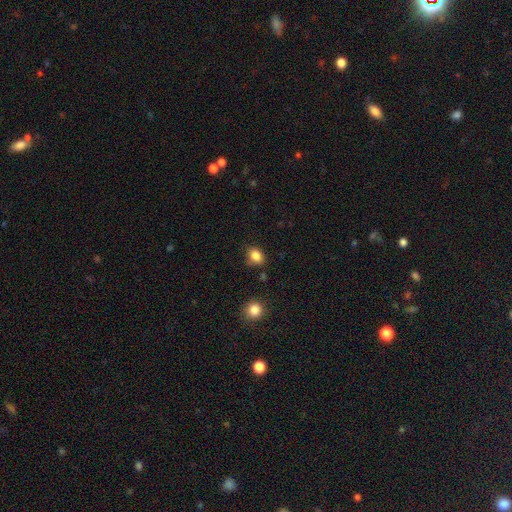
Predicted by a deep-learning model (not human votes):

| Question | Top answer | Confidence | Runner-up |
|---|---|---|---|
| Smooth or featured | smooth | 85% | star or artifact (10%) |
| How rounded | in between | 59% | round (40%) |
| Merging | none | 77% | minor disturbance (16%) |